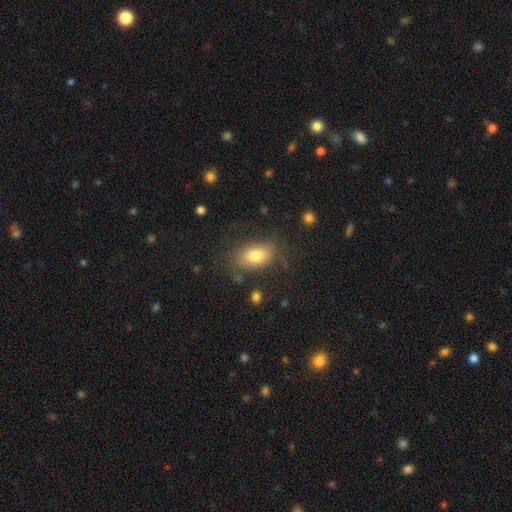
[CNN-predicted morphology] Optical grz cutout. It shows a smooth galaxy with no disk features (76%) that is in between round and cigar-shaped (87%). Merging: none (73%).